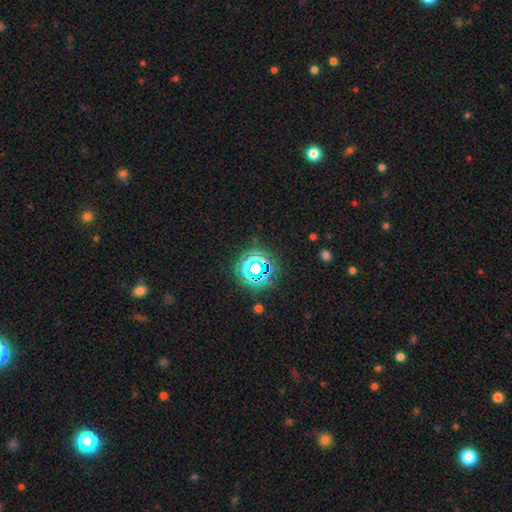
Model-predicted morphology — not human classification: type=star or artifact (73%).